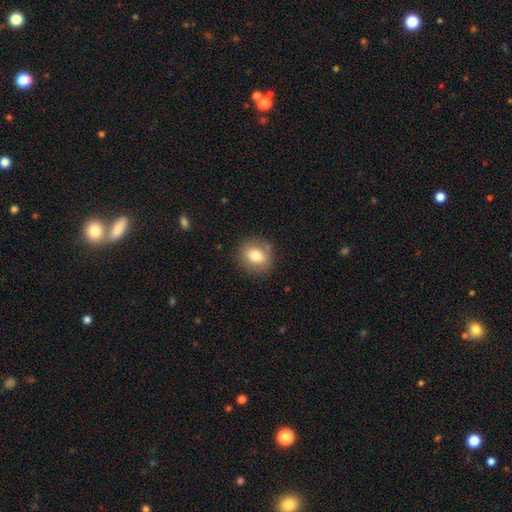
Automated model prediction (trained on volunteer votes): The model was most divided on "how rounded": round: 70%, in between: 29%, cigar-shaped: 1%. More confident: merging — none (83%); smooth or featured — smooth (78%).